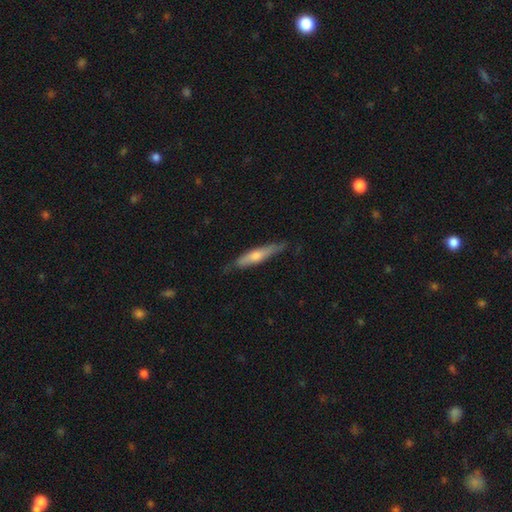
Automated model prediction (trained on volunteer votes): featured or disk 51%, smooth 42%, star or artifact 6%. Down the decision tree: edge-on disk — yes (89%); merging — none (78%).